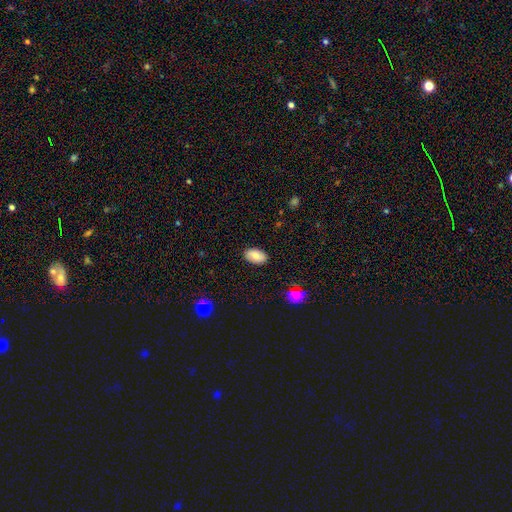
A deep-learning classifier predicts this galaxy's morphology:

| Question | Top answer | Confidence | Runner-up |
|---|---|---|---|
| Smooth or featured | smooth | 77% | featured or disk (15%) |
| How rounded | in between | 93% | round (6%) |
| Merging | none | 87% | minor disturbance (10%) |